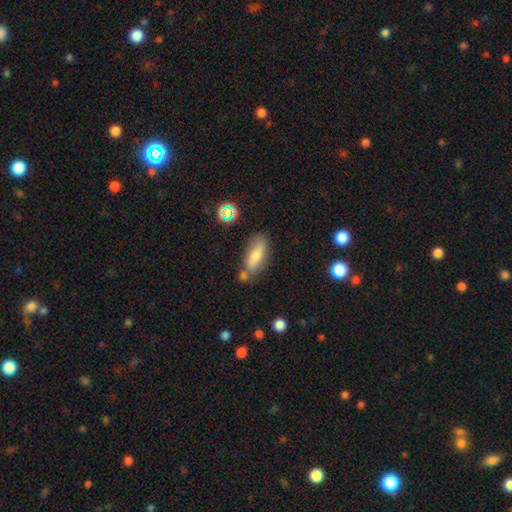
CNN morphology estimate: Smooth or featured? Predicted: smooth (p=0.71). How rounded? Predicted: in between (p=0.71). Merging? Predicted: none (p=0.60).